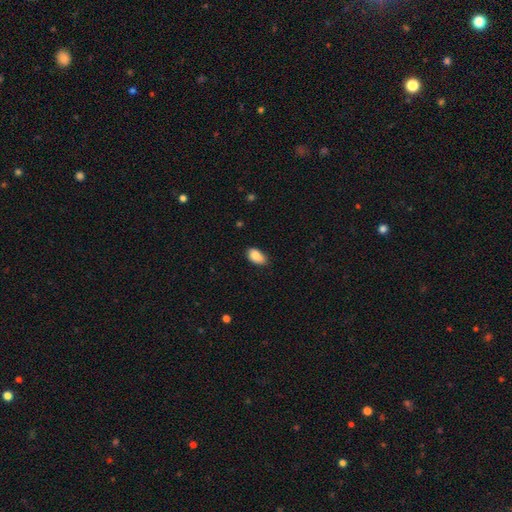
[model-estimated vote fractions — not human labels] Morphology: type=smooth (87%); roundness=in between (92%); merging=none (66%).